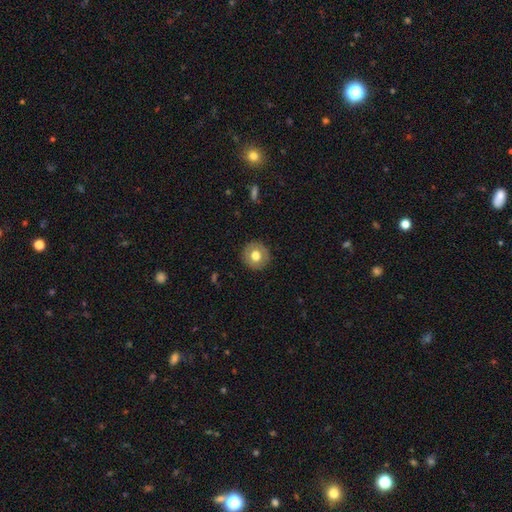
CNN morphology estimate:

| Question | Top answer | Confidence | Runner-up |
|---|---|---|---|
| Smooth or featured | smooth | 72% | featured or disk (20%) |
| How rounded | round | 94% | in between (6%) |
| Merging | none | 91% | minor disturbance (6%) |